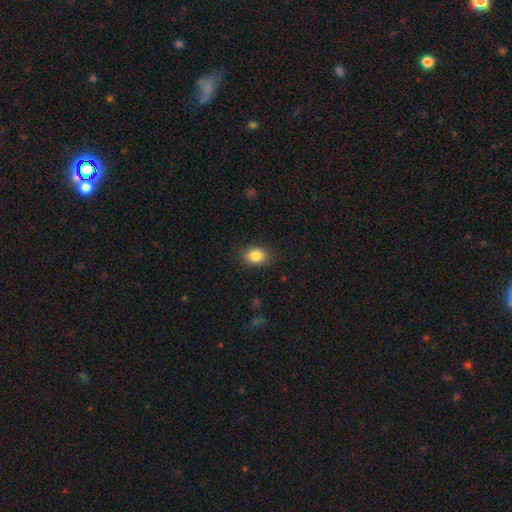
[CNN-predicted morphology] The model was most divided on "how rounded": in between: 58%, round: 41%, cigar-shaped: 1%. More confident: merging — none (86%); smooth or featured — smooth (86%).